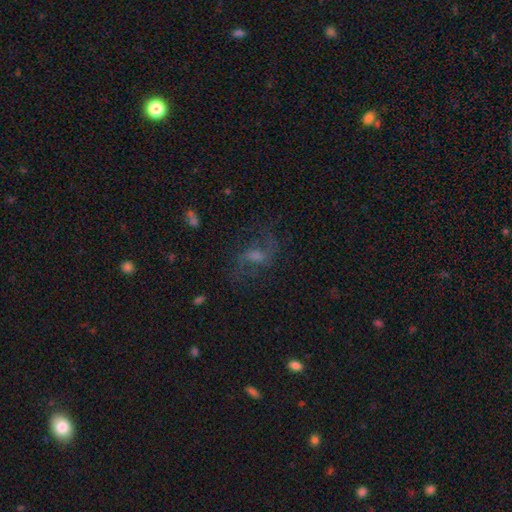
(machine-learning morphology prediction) smooth-or-featured: featured or disk: 56% | star or artifact: 25% | smooth: 19%
  disk-edge-on: no: 94% | yes: 6%
    bar: weak: 51% | no: 33% | strong: 16%
    has-spiral-arms: yes: 86% | no: 14%
    bulge-size: moderate: 40% | small: 33% | none: 15% | large: 10% | dominant: 2%
  merging: none: 69% | minor disturbance: 15% | major disturbance: 14% | merger: 2%